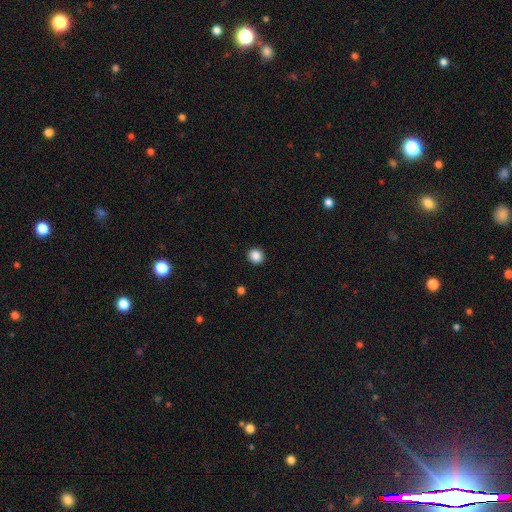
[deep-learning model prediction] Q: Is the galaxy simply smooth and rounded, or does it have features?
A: smooth — 87%.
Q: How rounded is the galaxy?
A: round — 91%.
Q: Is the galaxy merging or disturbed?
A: none — 93%.